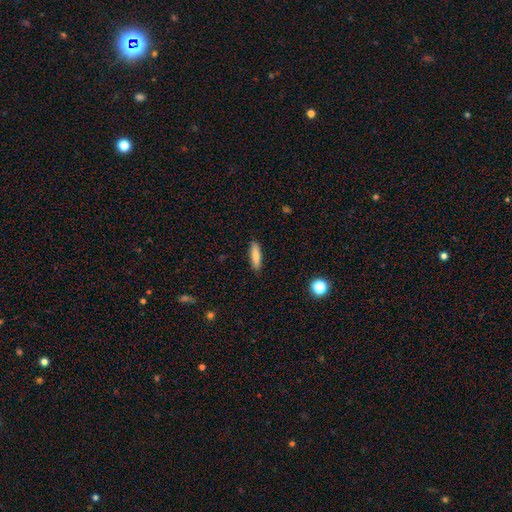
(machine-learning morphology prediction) Smooth or featured: smooth — 78% (featured or disk — 15%)
How rounded: cigar-shaped — 64% (in between — 34%)
Merging: none — 89% (minor disturbance — 8%)